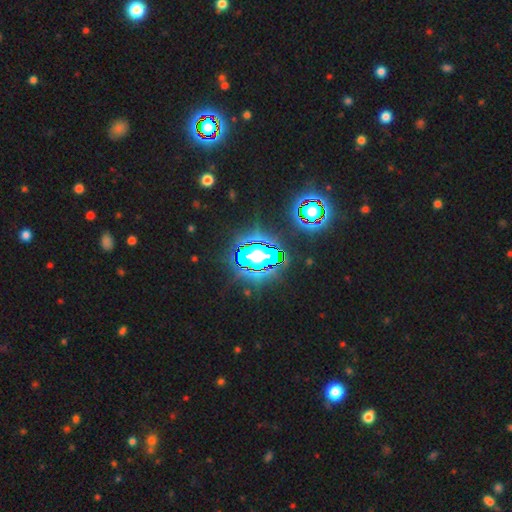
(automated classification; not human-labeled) This is likely a star or artifact rather than a galaxy (66%).